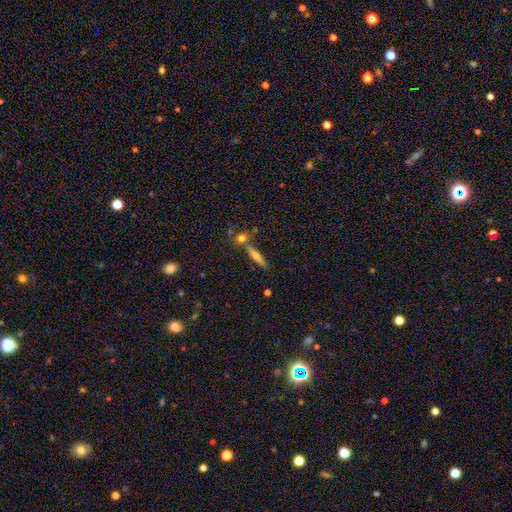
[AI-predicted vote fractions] This is possibly a featured or disk galaxy (48%). Merging: likely none (73%).